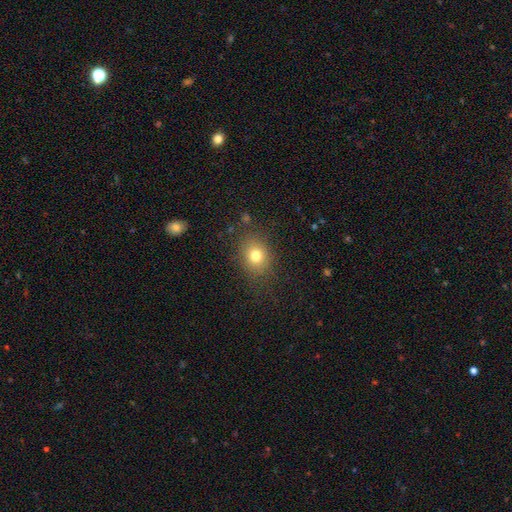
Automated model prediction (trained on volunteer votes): smooth 76%, star or artifact 13%, featured or disk 11%. Down the decision tree: how rounded — round (56%); merging — none (81%).